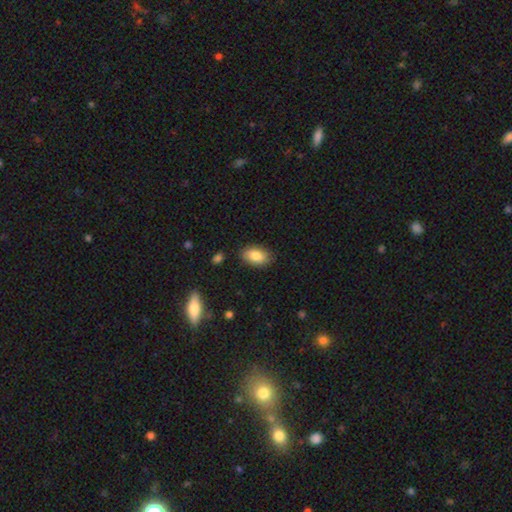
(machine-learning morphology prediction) Q: Smooth or featured?
A: smooth (84%); runner-up: featured or disk (9%)
Q: How rounded?
A: in between (91%); runner-up: round (6%)
Q: Merging?
A: none (85%); runner-up: minor disturbance (11%)